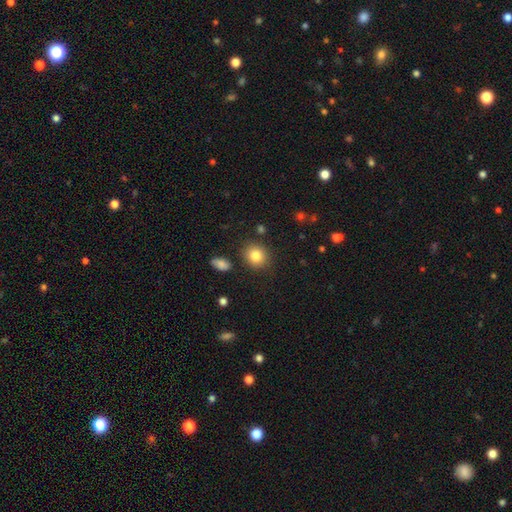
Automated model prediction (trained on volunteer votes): smooth-or-featured: smooth: 83% | star or artifact: 10% | featured or disk: 7%
  how-rounded: round: 78% | in between: 21% | cigar-shaped: 1%
  merging: none: 87% | minor disturbance: 8% | merger: 3% | major disturbance: 3%